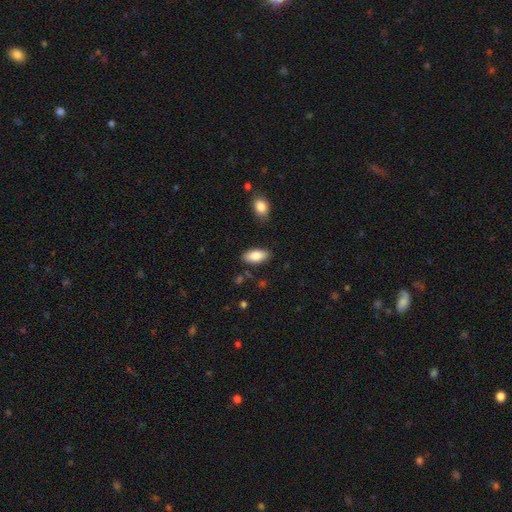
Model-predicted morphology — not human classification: The model was most divided on "merging": none: 85%, minor disturbance: 10%, major disturbance: 2%, merger: 2%. More confident: how rounded — in between (90%); smooth or featured — smooth (84%).